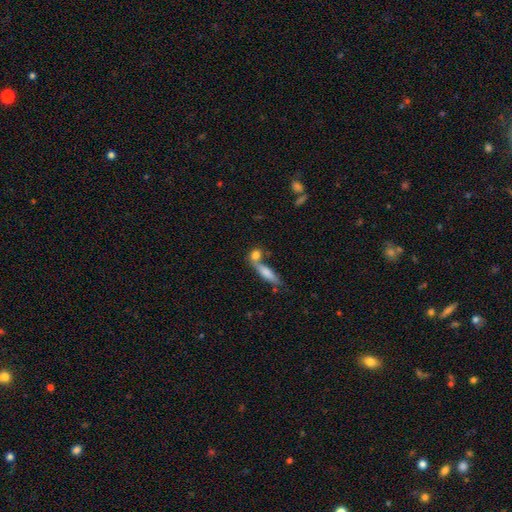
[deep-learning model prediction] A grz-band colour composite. It shows a smooth galaxy with no disk features (76%) that is in between round and cigar-shaped (42%). Merging: merger (44%).